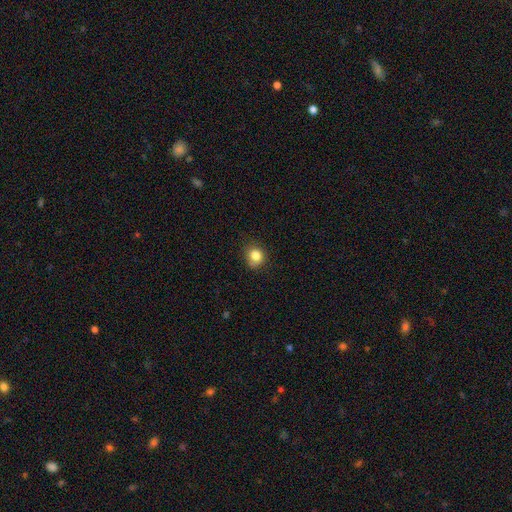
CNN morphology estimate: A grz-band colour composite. It shows a smooth galaxy with no disk features (83%) that is round (79%). Merging: none (74%).